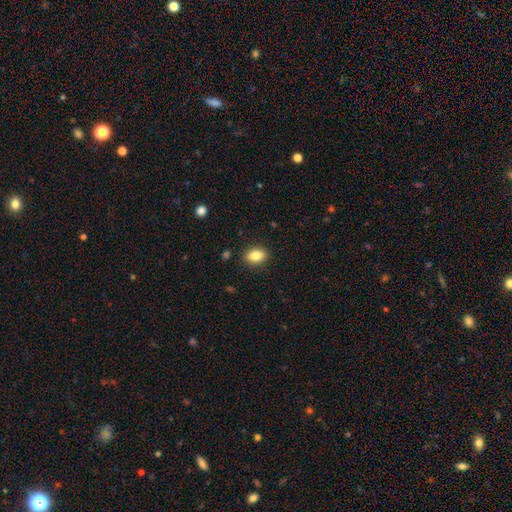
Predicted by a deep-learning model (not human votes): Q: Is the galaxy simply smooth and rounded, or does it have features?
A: smooth — 85%.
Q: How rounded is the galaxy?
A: in between — 83%.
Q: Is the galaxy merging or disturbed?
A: none — 88%.